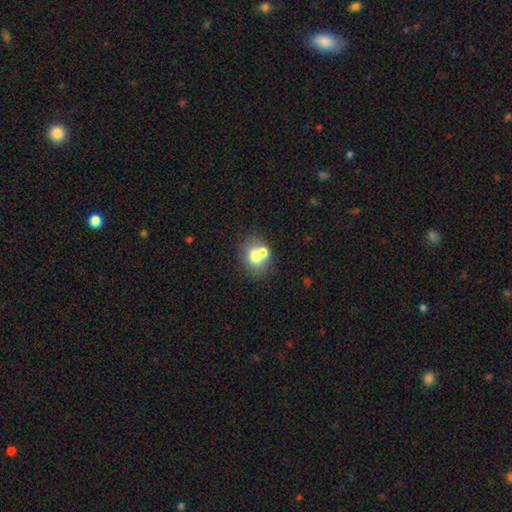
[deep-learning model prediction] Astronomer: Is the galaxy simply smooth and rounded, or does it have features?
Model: smooth — 68%.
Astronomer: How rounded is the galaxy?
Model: round — 60% (runner-up: in between, 39%).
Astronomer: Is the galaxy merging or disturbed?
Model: none — 50% (runner-up: merger, 36%).